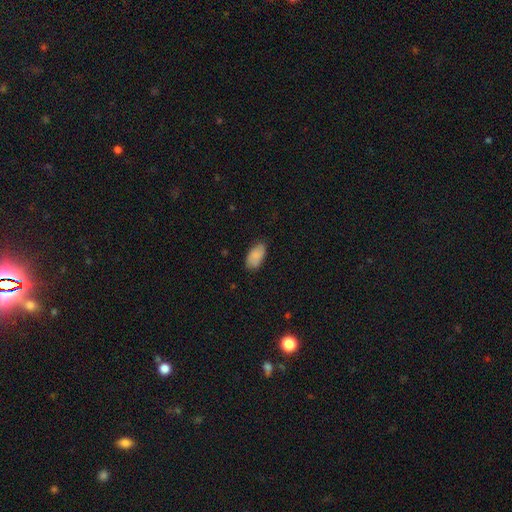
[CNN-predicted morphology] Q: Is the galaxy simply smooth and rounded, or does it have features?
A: smooth — 87%.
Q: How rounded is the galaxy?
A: in between — 95%.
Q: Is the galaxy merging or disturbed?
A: none — 80%.